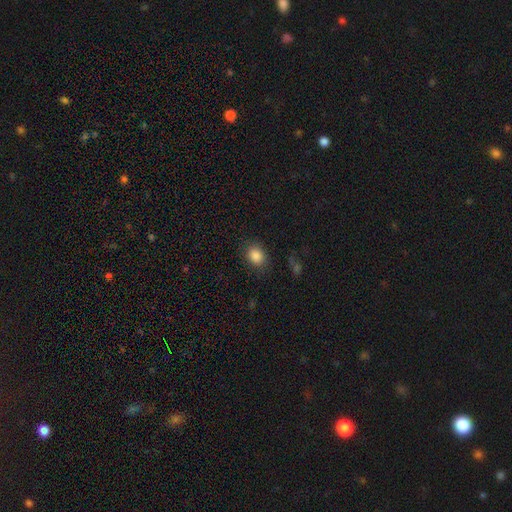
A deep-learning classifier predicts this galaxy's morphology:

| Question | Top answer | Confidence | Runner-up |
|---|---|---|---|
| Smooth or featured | smooth | 86% | star or artifact (10%) |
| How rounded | in between | 57% | round (42%) |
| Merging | none | 82% | minor disturbance (12%) |